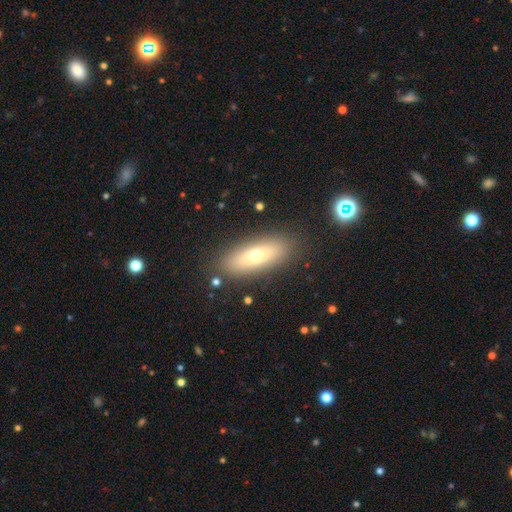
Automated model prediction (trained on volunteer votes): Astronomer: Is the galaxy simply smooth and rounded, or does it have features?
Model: smooth — 63%.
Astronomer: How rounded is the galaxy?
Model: in between — 64%.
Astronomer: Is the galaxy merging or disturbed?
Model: none — 86%.